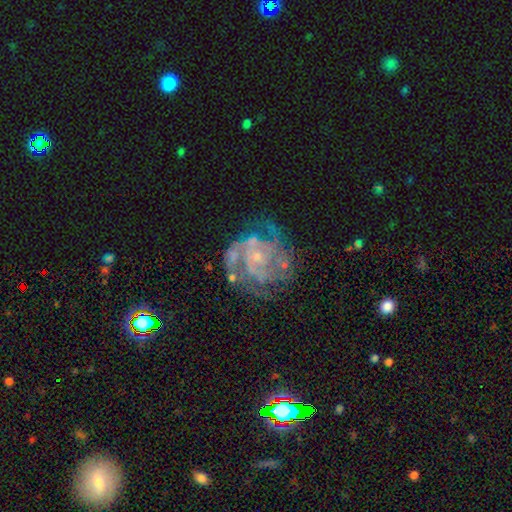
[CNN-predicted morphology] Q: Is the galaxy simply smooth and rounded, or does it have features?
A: featured or disk — 85%.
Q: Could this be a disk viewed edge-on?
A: no — 98%.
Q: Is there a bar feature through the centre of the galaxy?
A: no — 71%.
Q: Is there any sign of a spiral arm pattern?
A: yes — 93%.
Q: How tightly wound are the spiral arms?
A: tight — 50%.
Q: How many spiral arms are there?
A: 3 — 27%.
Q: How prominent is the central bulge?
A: small — 76%.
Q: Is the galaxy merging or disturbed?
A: none — 63%.